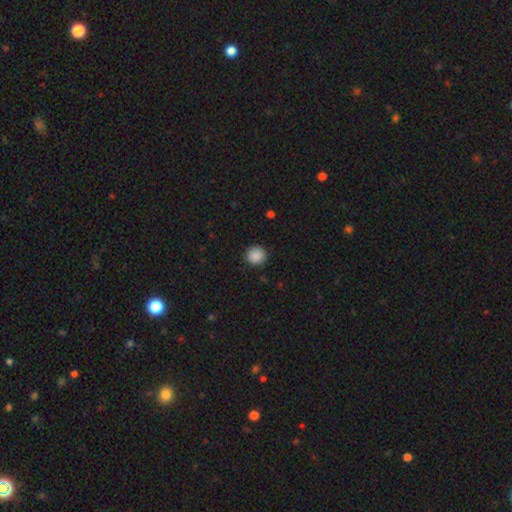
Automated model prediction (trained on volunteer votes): The model was most divided on "smooth or featured": smooth: 89%, star or artifact: 9%, featured or disk: 2%. More confident: merging — none (90%); how rounded — round (90%).